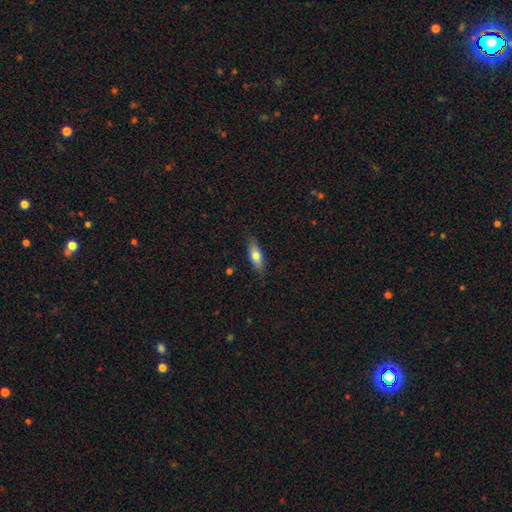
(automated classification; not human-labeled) smooth_or_featured: smooth (p=0.72) [alt: featured or disk p=0.21]
how_rounded: in between (p=0.66) [alt: cigar-shaped p=0.31]
merging: none (p=0.83) [alt: minor disturbance p=0.14]